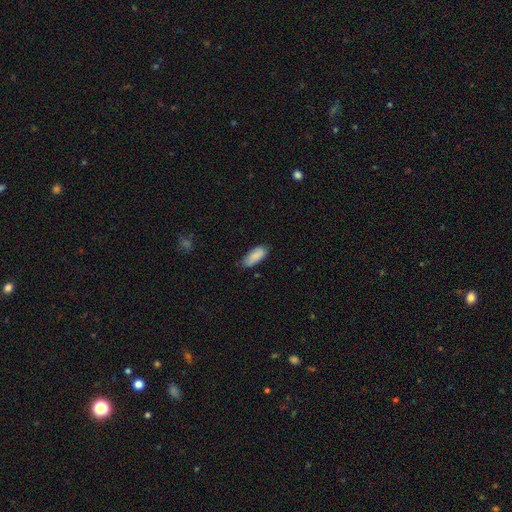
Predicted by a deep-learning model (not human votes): Overall: smooth (87%). How rounded: in between (78%). Merging: none (69%).